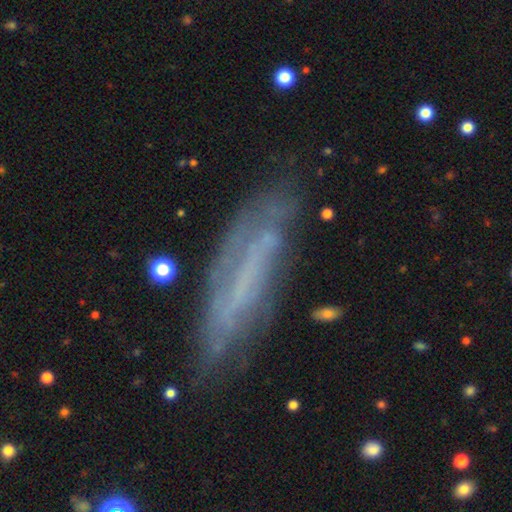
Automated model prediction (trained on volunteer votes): Q: Smooth or featured?
A: featured or disk (64%); runner-up: smooth (28%)
Q: Edge-on disk?
A: no (59%); runner-up: yes (41%)
Q: Merging?
A: none (63%); runner-up: minor disturbance (23%)